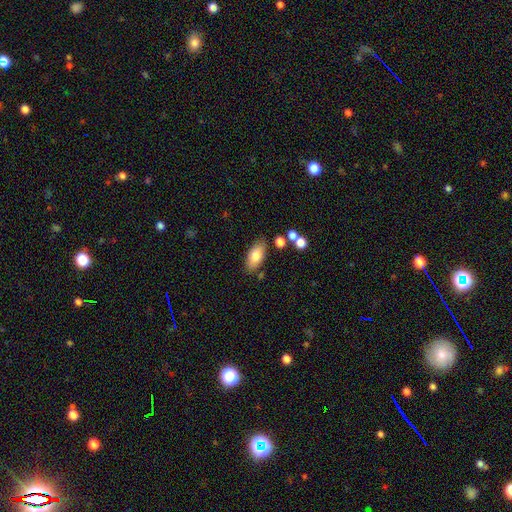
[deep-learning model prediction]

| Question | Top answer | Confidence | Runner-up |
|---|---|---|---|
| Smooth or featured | smooth | 76% | featured or disk (16%) |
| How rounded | in between | 88% | cigar-shaped (9%) |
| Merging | none | 79% | minor disturbance (13%) |